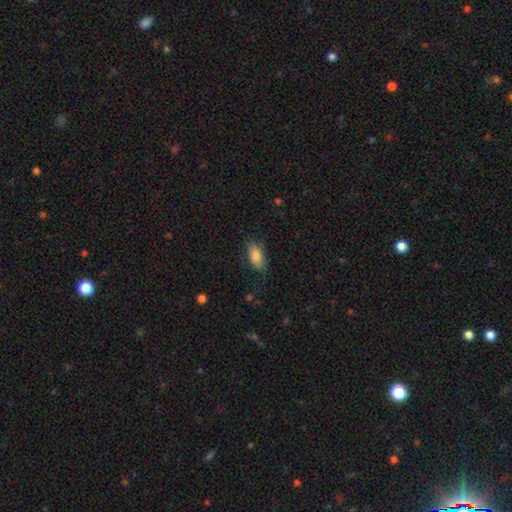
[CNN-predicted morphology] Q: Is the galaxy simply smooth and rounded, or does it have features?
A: smooth — 82%.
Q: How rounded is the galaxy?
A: in between — 86%.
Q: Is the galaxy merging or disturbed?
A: none — 75%.